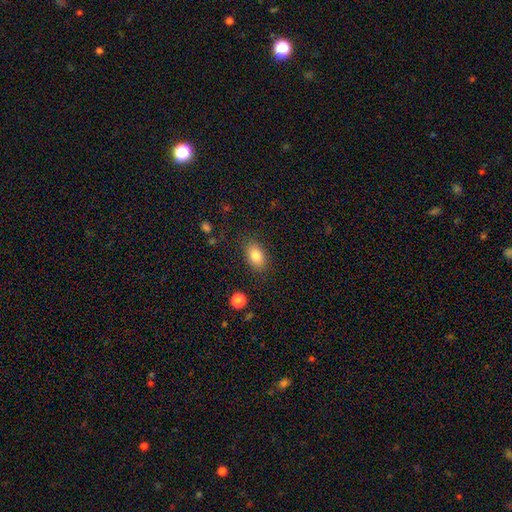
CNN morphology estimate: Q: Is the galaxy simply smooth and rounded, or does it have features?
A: smooth — 84%.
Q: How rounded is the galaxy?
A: in between — 86%.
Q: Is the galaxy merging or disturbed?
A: none — 84%.